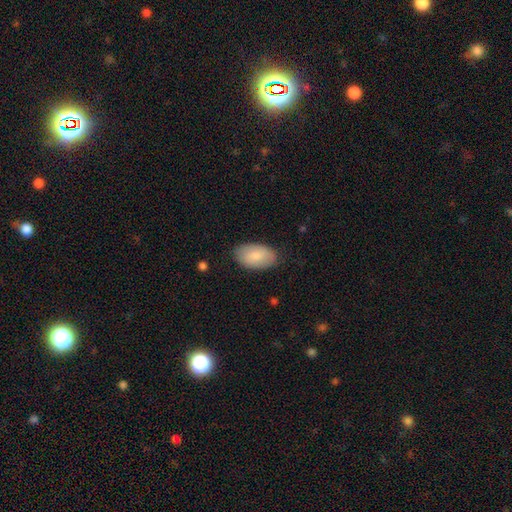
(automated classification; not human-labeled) smooth-or-featured: smooth: 83% | featured or disk: 11% | star or artifact: 6%
  how-rounded: in between: 94% | round: 5% | cigar-shaped: 1%
  merging: none: 82% | minor disturbance: 14% | major disturbance: 3% | merger: 1%